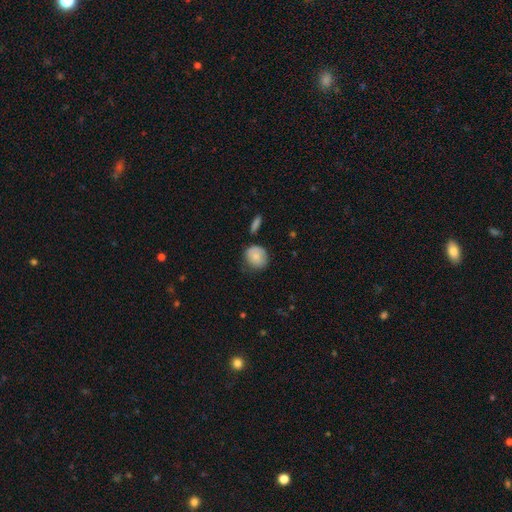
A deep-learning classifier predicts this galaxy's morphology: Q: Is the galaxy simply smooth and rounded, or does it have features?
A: smooth — 78%.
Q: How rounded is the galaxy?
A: round — 67%.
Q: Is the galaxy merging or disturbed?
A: none — 64%.